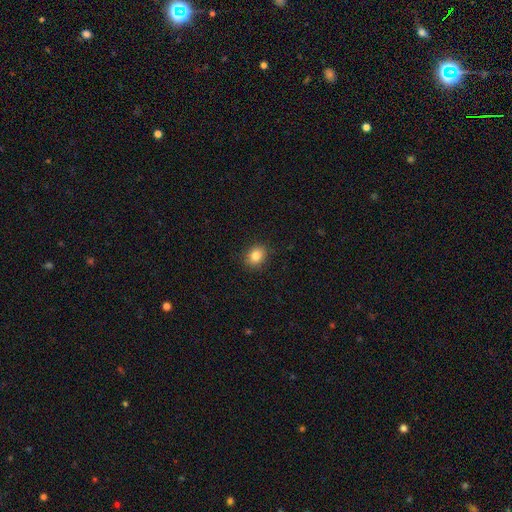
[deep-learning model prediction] smooth_or_featured: smooth (p=0.85) [alt: star or artifact p=0.10]
how_rounded: round (p=0.54) [alt: in between p=0.45]
merging: none (p=0.87) [alt: minor disturbance p=0.09]